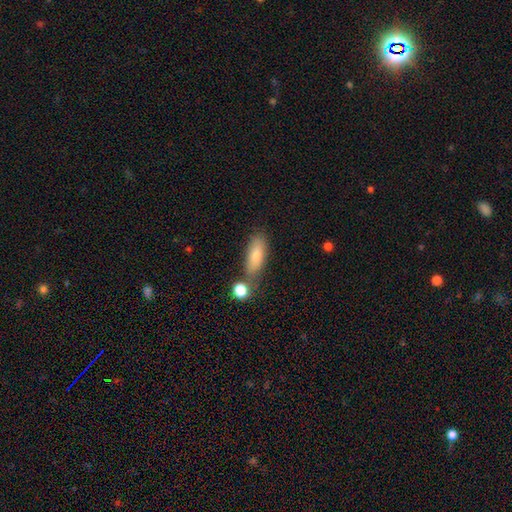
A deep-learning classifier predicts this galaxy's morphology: The model was most divided on "how rounded": in between: 67%, cigar-shaped: 30%, round: 3%. More confident: smooth or featured — smooth (80%); merging — none (63%).